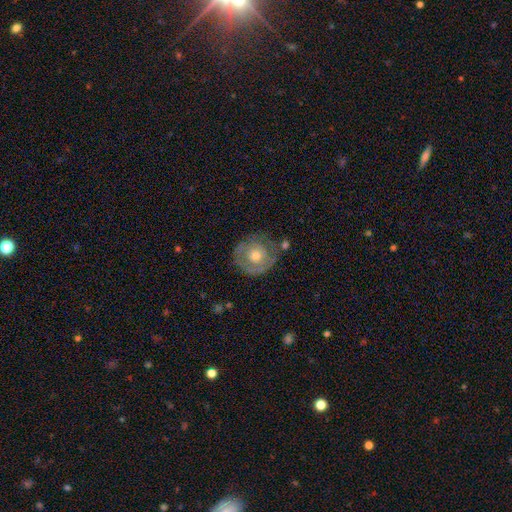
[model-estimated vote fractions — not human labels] Smooth or featured? featured or disk (54%)
Edge-on disk? no (96%)
Bar? no (87%)
Spiral arms? no (54%)
Bulge size? moderate (69%)
Merging? none (67%)